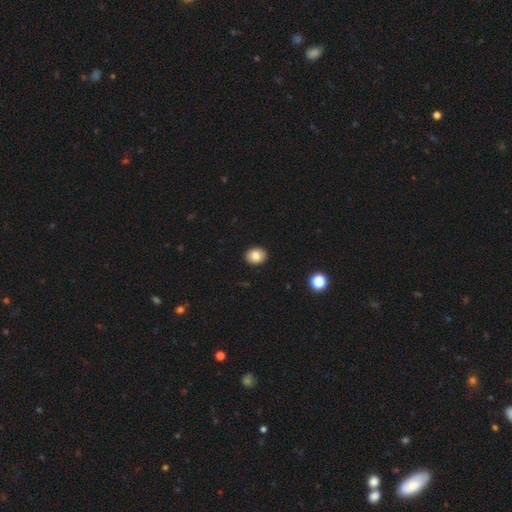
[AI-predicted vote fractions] Overall: smooth (83%). How rounded: round (50%, tied with in between). Merging: none (91%).